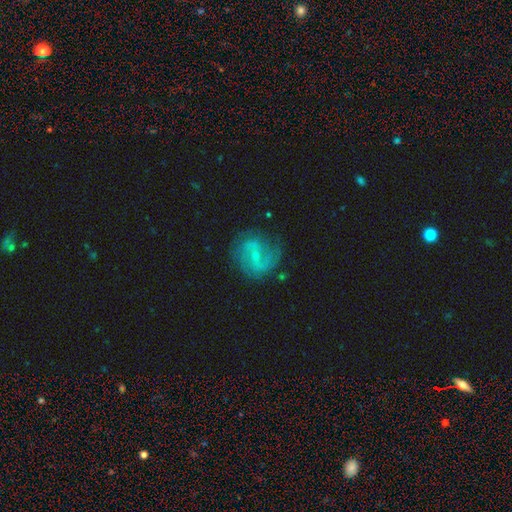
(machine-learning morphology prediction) Overall: featured or disk (78%). Edge-on disk: no (98%). Bar: weak (51%; no 35%). Spiral arms: yes (92%). Spiral arm count: 2 (68%). Spiral winding: medium (48%; tight 26%). Bulge size: small (75%). Merging: none (72%).